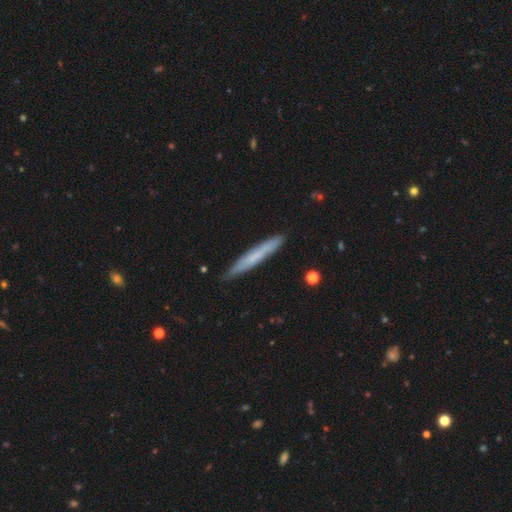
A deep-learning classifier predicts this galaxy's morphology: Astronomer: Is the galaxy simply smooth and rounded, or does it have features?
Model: smooth — 61%.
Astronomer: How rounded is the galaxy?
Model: cigar-shaped — 96%.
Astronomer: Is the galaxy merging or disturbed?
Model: none — 87%.